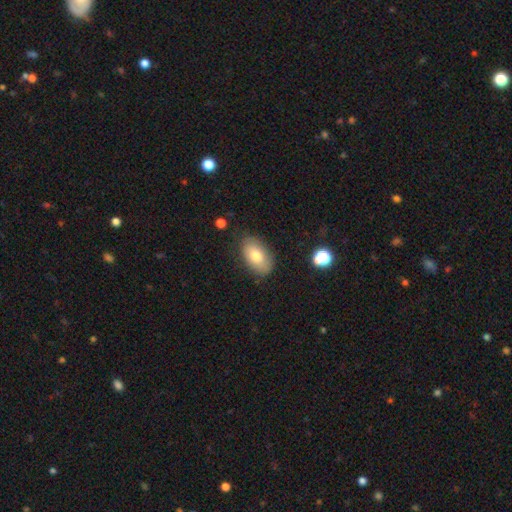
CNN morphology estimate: A smooth galaxy with no disk features (76%) that is in between round and cigar-shaped (92%). Merging: none (81%).